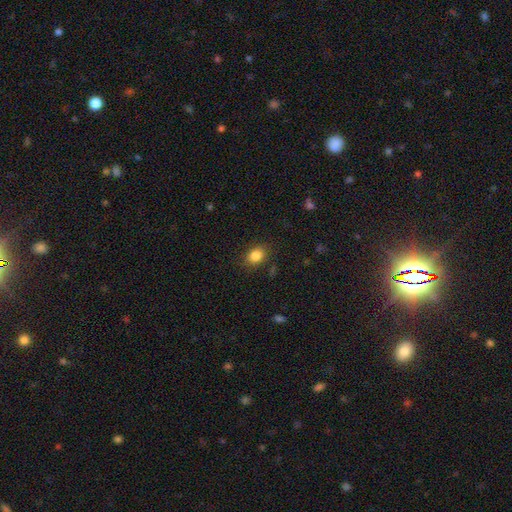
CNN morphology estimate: Smooth or featured? smooth (85%)
How rounded? in between (59%)
Merging? none (83%)